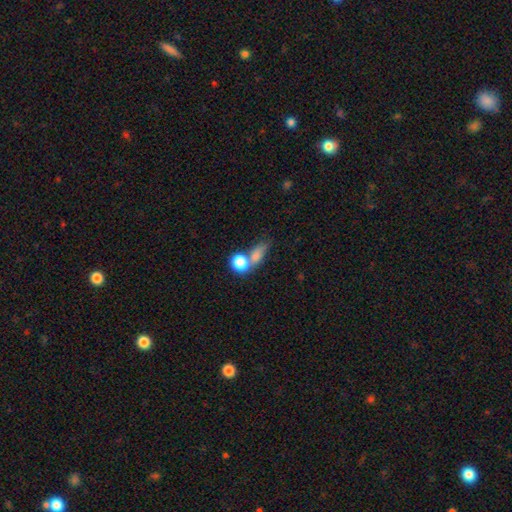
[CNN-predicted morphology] type=smooth (74%); roundness=round (47%); merging=merger (52%).